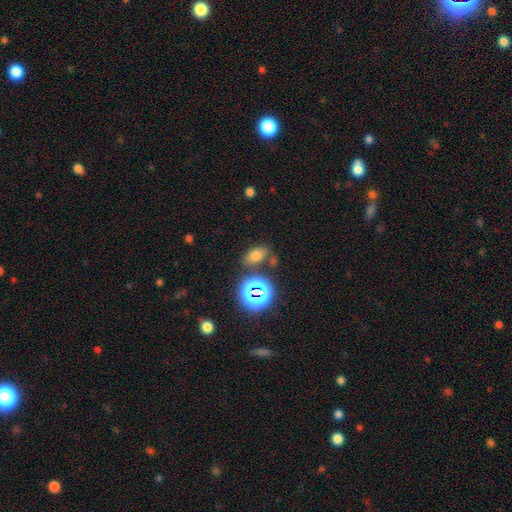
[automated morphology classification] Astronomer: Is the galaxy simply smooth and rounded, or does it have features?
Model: smooth — 67%.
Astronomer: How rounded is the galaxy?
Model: in between — 84%.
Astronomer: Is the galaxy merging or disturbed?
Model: none — 72%.